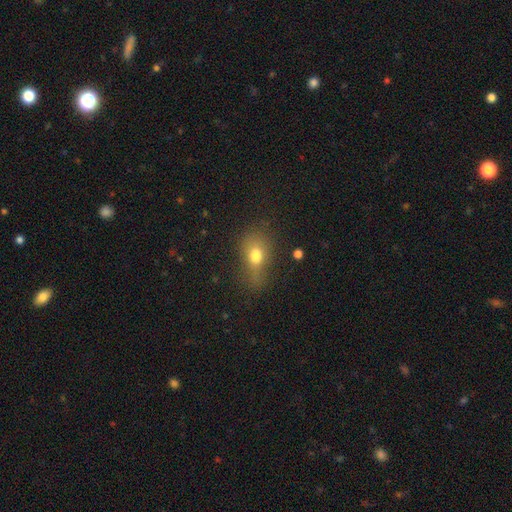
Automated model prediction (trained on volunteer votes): Smooth or featured: smooth — 72% (featured or disk — 15%)
How rounded: in between — 69% (round — 26%)
Merging: none — 43% (minor disturbance — 29%)